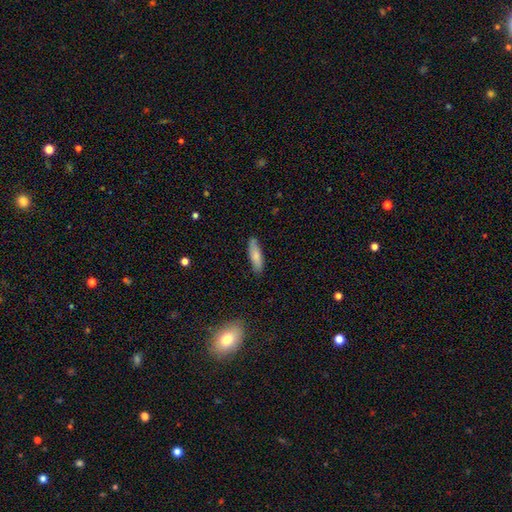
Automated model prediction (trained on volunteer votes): smooth 79%, featured or disk 15%, star or artifact 6%. Down the decision tree: how rounded — cigar-shaped (59%); merging — none (83%).